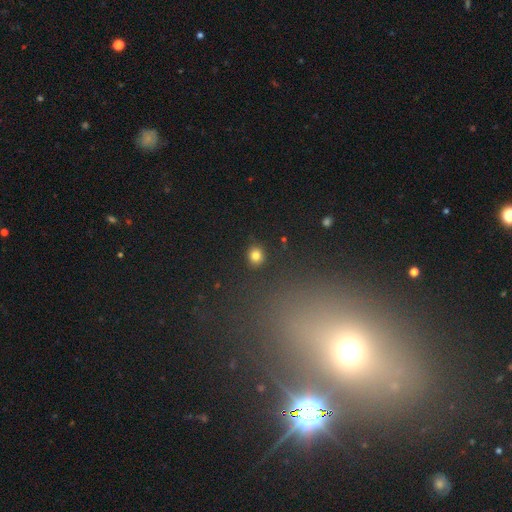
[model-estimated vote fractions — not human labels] The model was most divided on "smooth or featured": smooth: 82%, star or artifact: 13%, featured or disk: 5%. More confident: merging — none (90%); how rounded — round (85%).